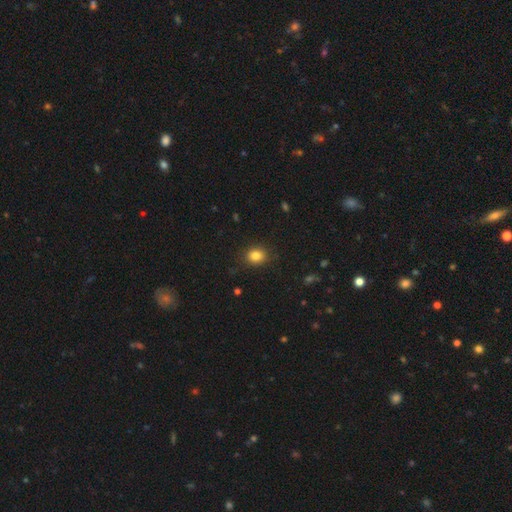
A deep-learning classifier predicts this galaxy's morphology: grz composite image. It shows a smooth galaxy with no disk features (84%) that is round (59%). Merging: none (87%).